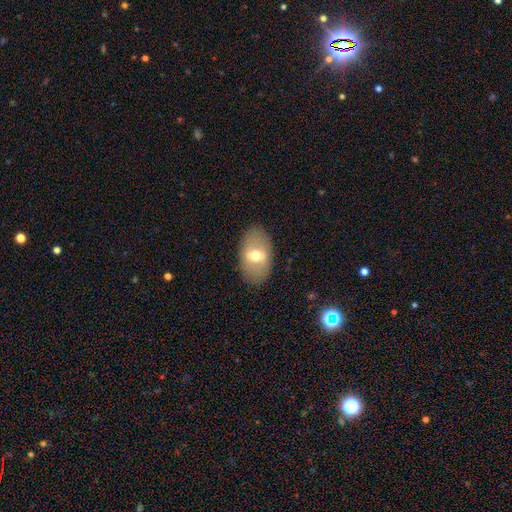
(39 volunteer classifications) Smooth or featured? 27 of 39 (69%) said smooth. How rounded? 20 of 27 (74%) said in between. Merging? 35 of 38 (92%) said none.